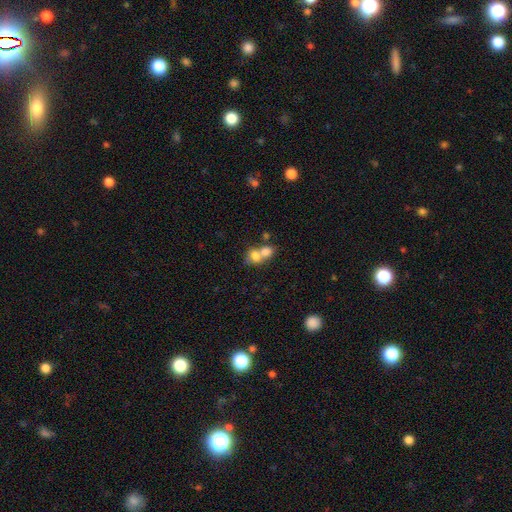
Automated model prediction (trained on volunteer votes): Smooth or featured? Predicted: smooth (p=0.75). How rounded? Predicted: in between (p=0.53). Merging? Predicted: merger (p=0.67).